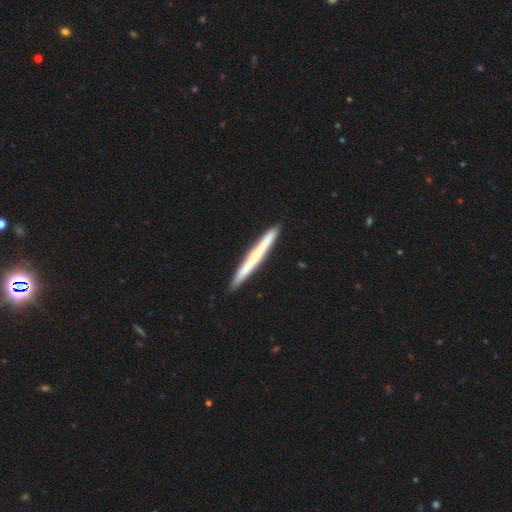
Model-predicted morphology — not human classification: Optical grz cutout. It shows a smooth galaxy with no disk features (56%) that is cigar-shaped (97%). Merging: none (91%).